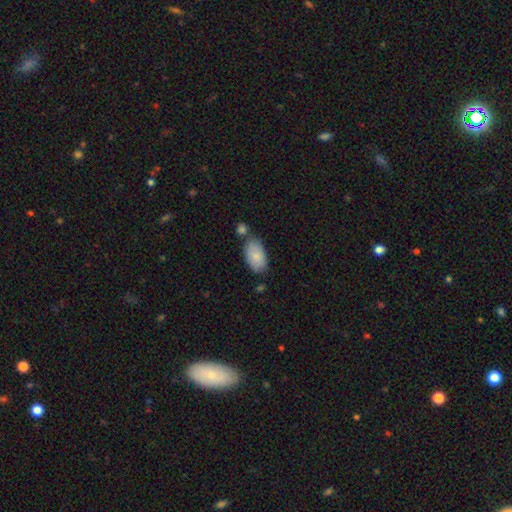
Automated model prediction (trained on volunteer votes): A smooth galaxy with no disk features (85%) that is in between round and cigar-shaped (95%).

Vote fractions:
- Smooth or featured? smooth: 85% / featured or disk: 9% / star or artifact: 6%
- How rounded? in between: 95% / round: 3% / cigar-shaped: 2%
- Merging? none: 63% / minor disturbance: 18% / merger: 15% / major disturbance: 4%